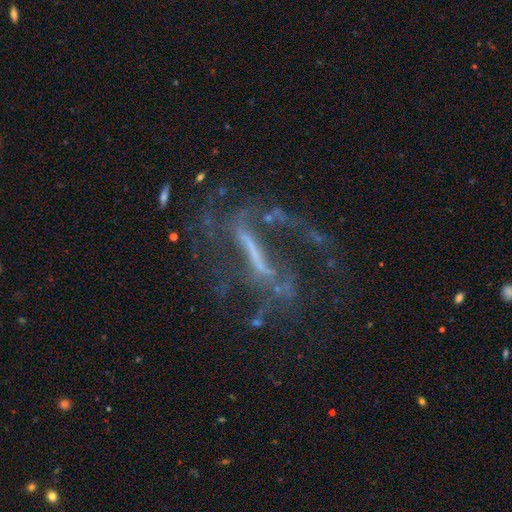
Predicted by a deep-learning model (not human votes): Smooth or featured? featured or disk (77%)
Edge-on disk? no (81%)
Bar? strong (67%)
Spiral arms? yes (69%)
Bulge size? none (45%)
Merging? none (43%)